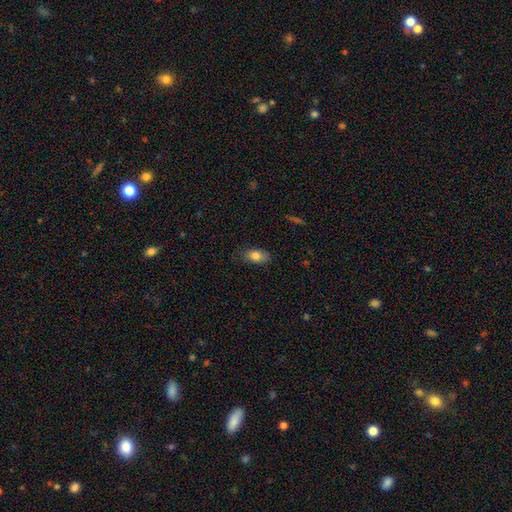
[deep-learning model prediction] Overall: smooth (81%). How rounded: in between (88%). Merging: none (80%).